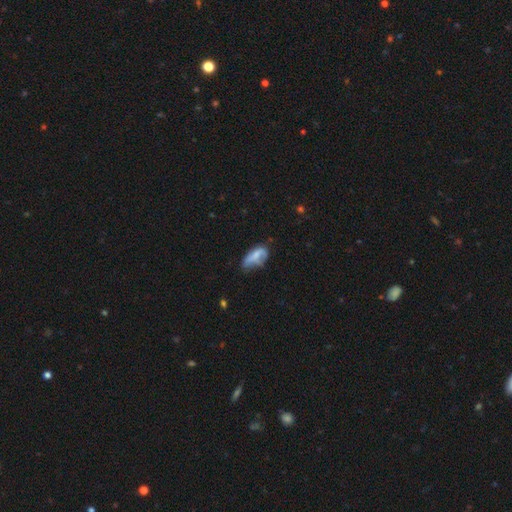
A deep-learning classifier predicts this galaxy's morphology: Q: Smooth or featured?
A: smooth (62%); runner-up: featured or disk (29%)
Q: How rounded?
A: in between (83%); runner-up: cigar-shaped (13%)
Q: Merging?
A: minor disturbance (37%); runner-up: major disturbance (28%)